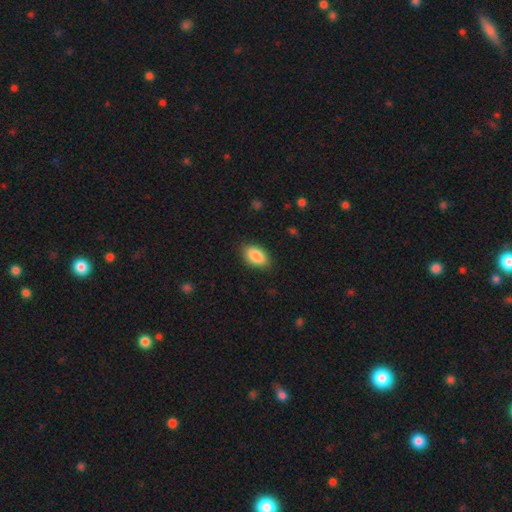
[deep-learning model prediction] This is clearly a smooth galaxy (89%). How rounded: clearly in between (92%). Merging: clearly none (84%).